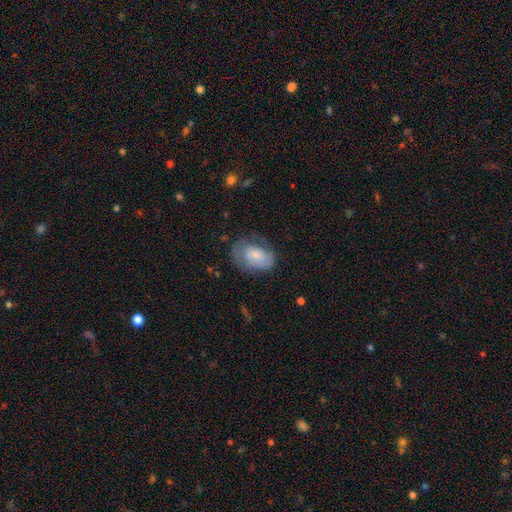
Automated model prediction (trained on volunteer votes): Smooth or featured: smooth — 57% (featured or disk — 36%)
How rounded: in between — 86% (round — 13%)
Merging: none — 55% (minor disturbance — 28%)